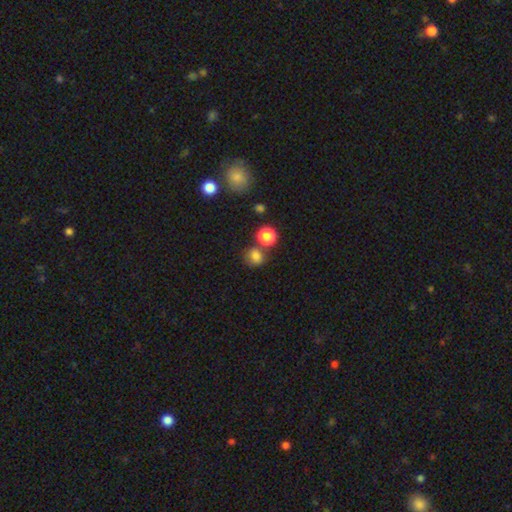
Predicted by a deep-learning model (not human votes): smooth-or-featured: smooth: 77% | star or artifact: 15% | featured or disk: 8%
  how-rounded: round: 75% | in between: 24% | cigar-shaped: 1%
  merging: none: 62% | merger: 20% | minor disturbance: 13% | major disturbance: 5%